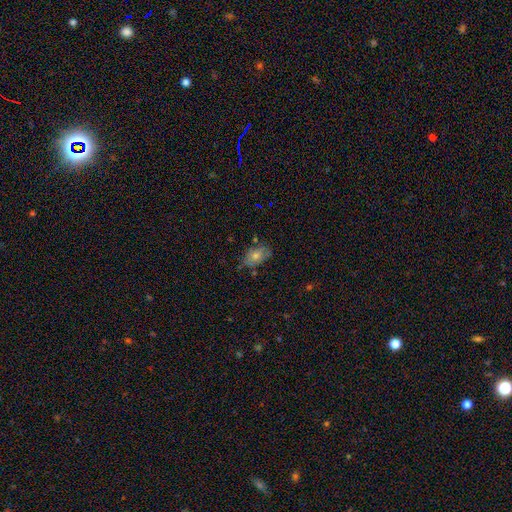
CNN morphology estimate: smooth-or-featured: smooth: 48% | featured or disk: 37% | star or artifact: 15%
  merging: none: 68% | minor disturbance: 22% | major disturbance: 6% | merger: 3%